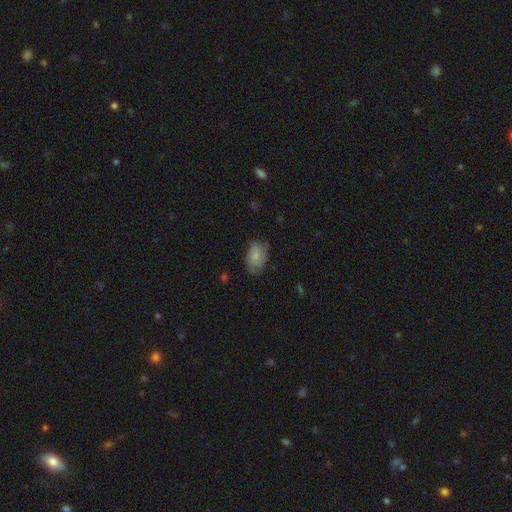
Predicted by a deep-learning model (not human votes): Smooth or featured?
  - smooth: 68% *
  - featured or disk: 25%
  - star or artifact: 7%
How rounded?
  - in between: 88% *
  - round: 11%
  - cigar-shaped: 1%
Merging?
  - none: 66% *
  - minor disturbance: 26%
  - major disturbance: 7%
  - merger: 1%